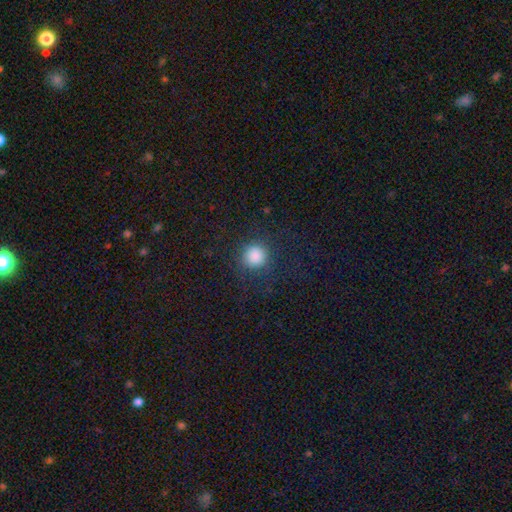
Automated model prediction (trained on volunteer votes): Overall: smooth (84%). How rounded: round (92%). Merging: none (84%).